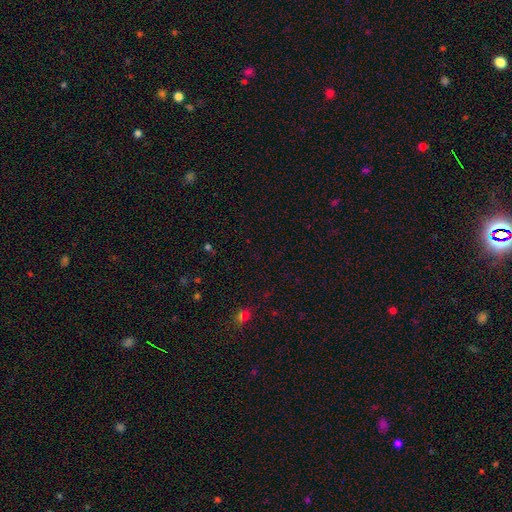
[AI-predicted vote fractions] Morphology: type=star or artifact (64%).